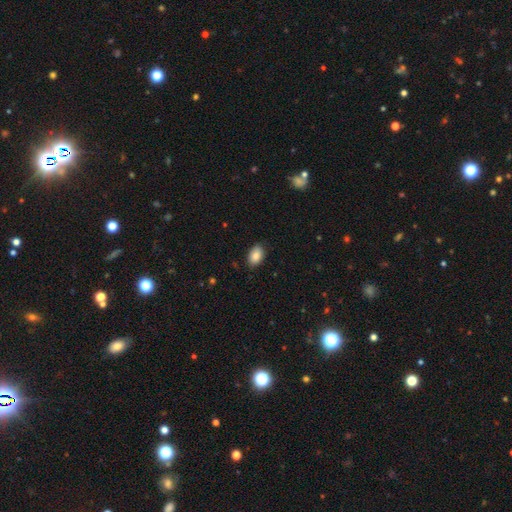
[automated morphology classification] Smooth or featured? Predicted: smooth (p=0.87). How rounded? Predicted: in between (p=0.89). Merging? Predicted: none (p=0.87).